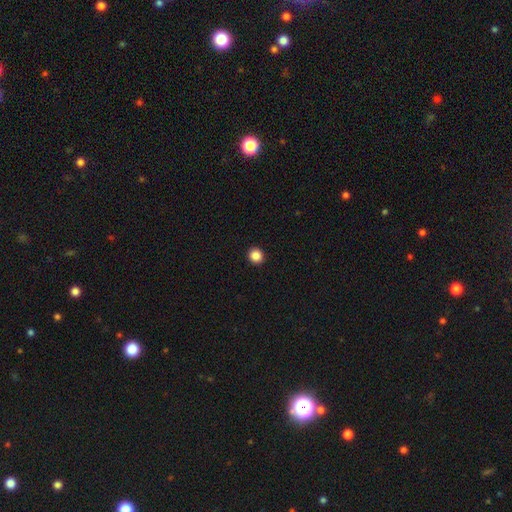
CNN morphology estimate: smooth-or-featured: smooth: 87% | star or artifact: 10% | featured or disk: 3%
  how-rounded: round: 92% | in between: 7% | cigar-shaped: 1%
  merging: none: 94% | minor disturbance: 4% | major disturbance: 1% | merger: 1%